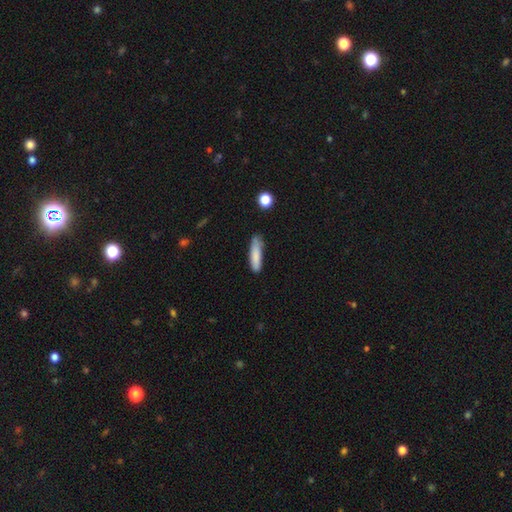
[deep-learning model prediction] Smooth or featured? Predicted: smooth (p=0.83). How rounded? Predicted: cigar-shaped (p=0.78). Merging? Predicted: none (p=0.73).